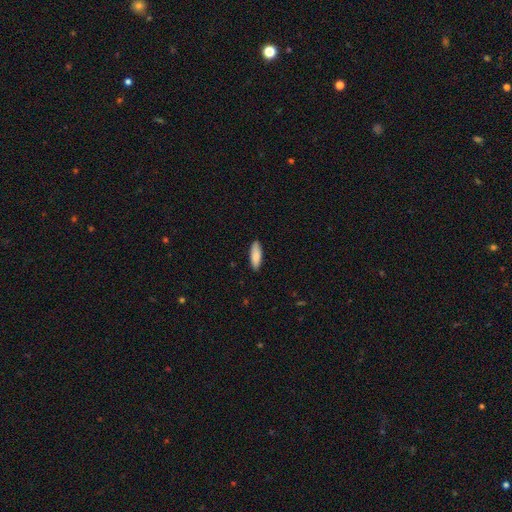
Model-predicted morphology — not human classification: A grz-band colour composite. It shows a smooth galaxy with no disk features (87%) that is in between round and cigar-shaped (51%). Merging: none (88%).